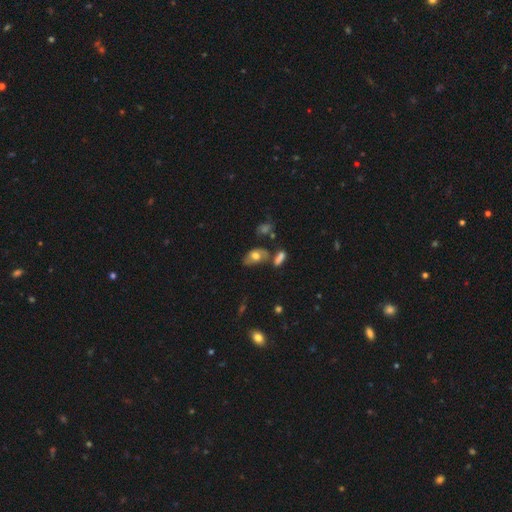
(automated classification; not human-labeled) Morphology: type=smooth (61%); roundness=in between (88%); merging=none (54%).